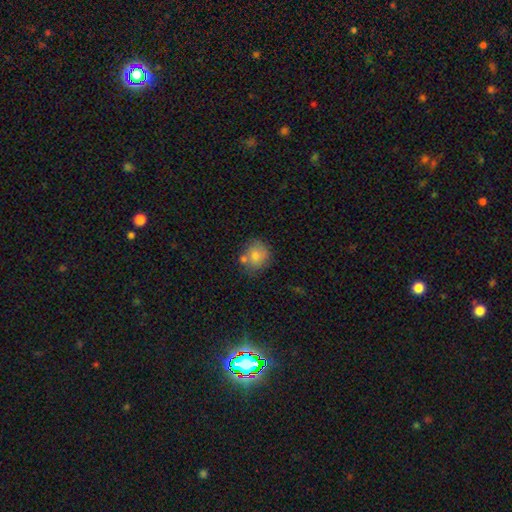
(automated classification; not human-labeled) This is likely a smooth galaxy (77%). How rounded: clearly round (80%). Merging: likely none (62%).